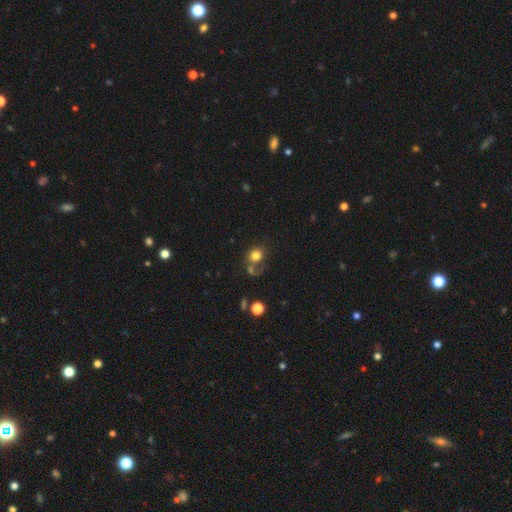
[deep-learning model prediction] smooth-or-featured: smooth: 77% | star or artifact: 12% | featured or disk: 11%
  how-rounded: round: 74% | in between: 25% | cigar-shaped: 1%
  merging: none: 48% | merger: 26% | minor disturbance: 14% | major disturbance: 12%